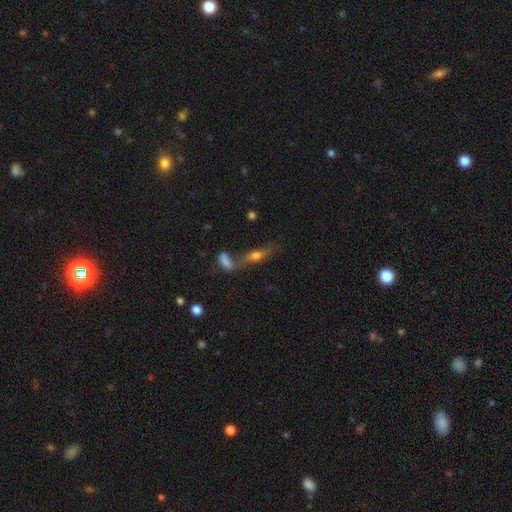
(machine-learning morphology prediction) A smooth galaxy with no disk features (55%) that is cigar-shaped (50%). Merging: none (46%).